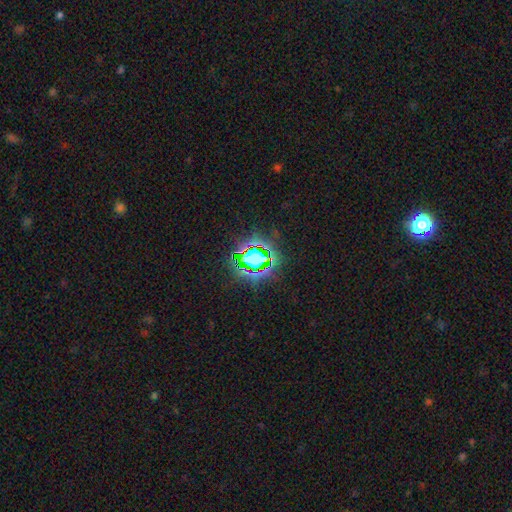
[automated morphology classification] Smooth or featured: star or artifact — 79% (smooth — 13%)